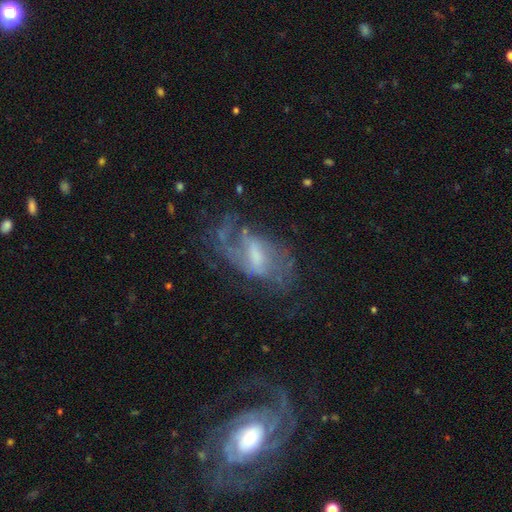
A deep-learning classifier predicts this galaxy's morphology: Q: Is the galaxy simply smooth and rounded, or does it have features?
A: featured or disk — 79%.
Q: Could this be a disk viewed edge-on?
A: no — 95%.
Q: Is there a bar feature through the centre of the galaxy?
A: weak — 54%.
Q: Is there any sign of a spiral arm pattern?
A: yes — 87%.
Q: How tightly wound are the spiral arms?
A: medium — 44%.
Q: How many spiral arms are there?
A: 2 — 42%.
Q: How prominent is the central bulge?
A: moderate — 42%.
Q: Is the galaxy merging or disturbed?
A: none — 50%.